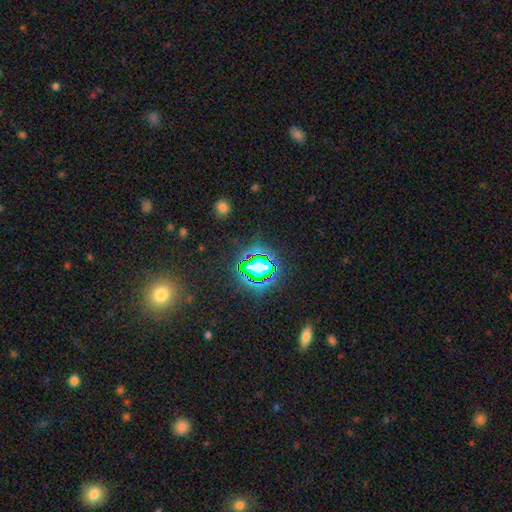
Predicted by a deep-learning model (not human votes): Q: Smooth or featured?
A: star or artifact (73%); runner-up: smooth (20%)